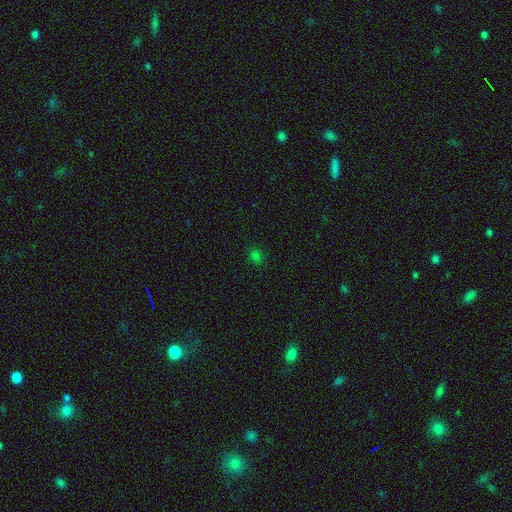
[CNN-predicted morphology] A smooth galaxy with no disk features (71%) that is round (68%).

Vote fractions:
- Smooth or featured? smooth: 71% / star or artifact: 25% / featured or disk: 4%
- How rounded? round: 68% / in between: 31% / cigar-shaped: 1%
- Merging? none: 86% / minor disturbance: 10% / major disturbance: 3% / merger: 2%